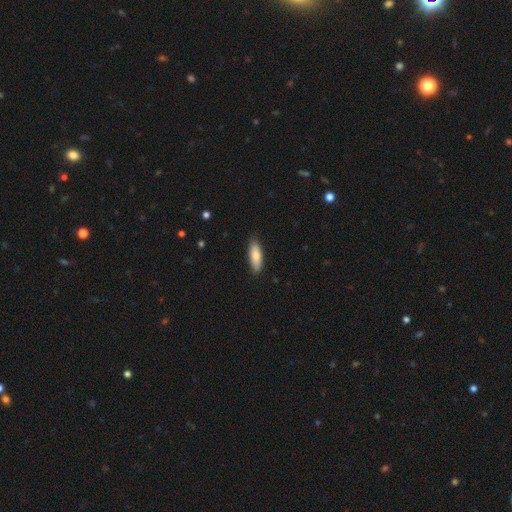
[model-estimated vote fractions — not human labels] Smooth or featured?
  - smooth: 80% *
  - featured or disk: 15%
  - star or artifact: 6%
How rounded?
  - in between: 58% *
  - cigar-shaped: 40%
  - round: 2%
Merging?
  - none: 87% *
  - minor disturbance: 11%
  - major disturbance: 2%
  - merger: 1%